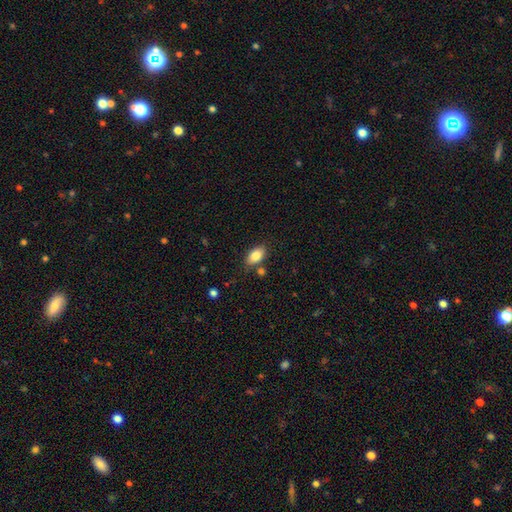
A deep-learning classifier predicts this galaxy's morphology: smooth 84%, featured or disk 8%, star or artifact 8%. Down the decision tree: how rounded — in between (90%); merging — none (78%).